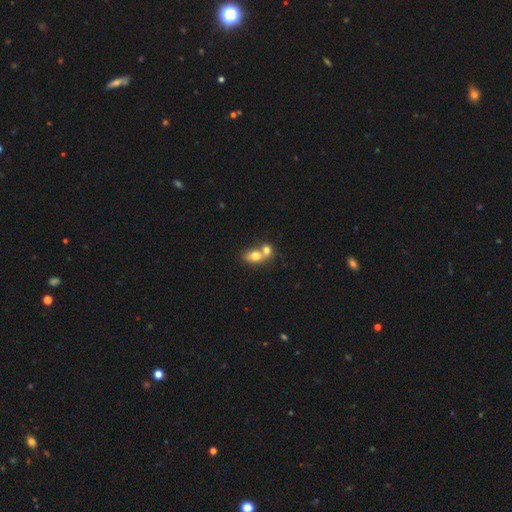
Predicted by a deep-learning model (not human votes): smooth_or_featured: smooth (p=0.72) [alt: featured or disk p=0.18]
how_rounded: in between (p=0.64) [alt: round p=0.34]
merging: merger (p=0.66) [alt: none p=0.24]